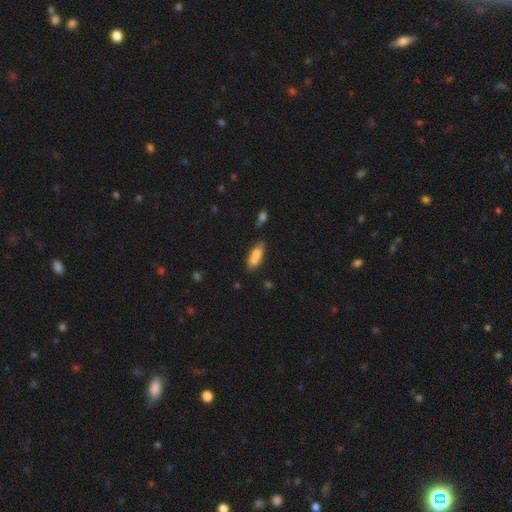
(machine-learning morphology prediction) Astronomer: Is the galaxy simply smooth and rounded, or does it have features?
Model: smooth — 75%.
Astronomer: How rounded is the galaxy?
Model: in between — 59% (runner-up: cigar-shaped, 39%).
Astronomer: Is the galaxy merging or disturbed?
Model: none — 55%.